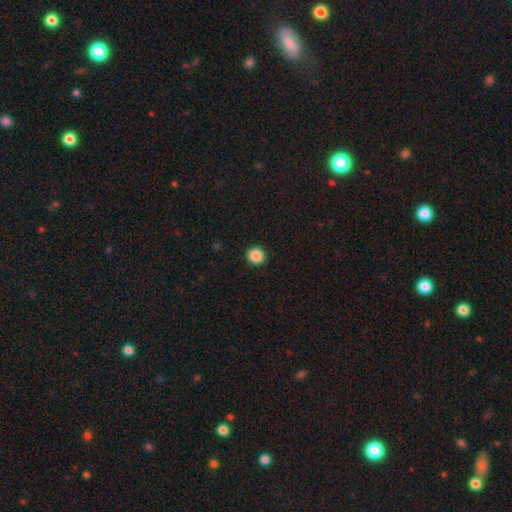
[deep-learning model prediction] smooth_or_featured: smooth (p=0.88) [alt: star or artifact p=0.09]
how_rounded: round (p=0.91) [alt: in between p=0.08]
merging: none (p=0.93) [alt: minor disturbance p=0.05]